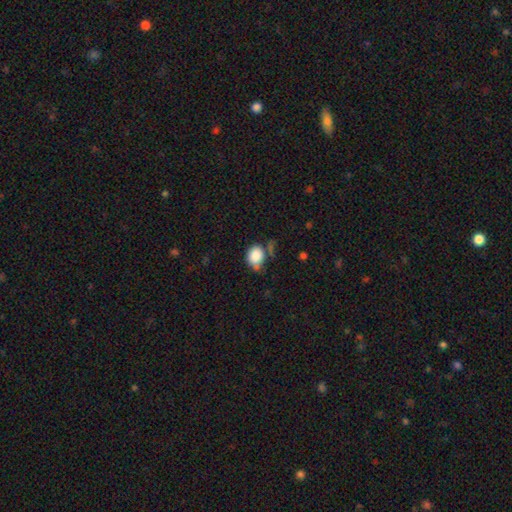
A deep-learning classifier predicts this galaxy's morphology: Smooth or featured: smooth — 85% (star or artifact — 9%)
How rounded: round — 52% (in between — 46%)
Merging: none — 54% (minor disturbance — 27%)